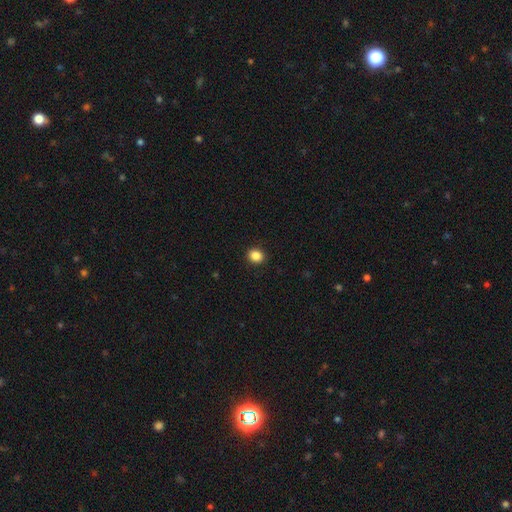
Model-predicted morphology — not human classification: Overall: smooth (87%). How rounded: round (61%; in between 38%). Merging: none (91%).